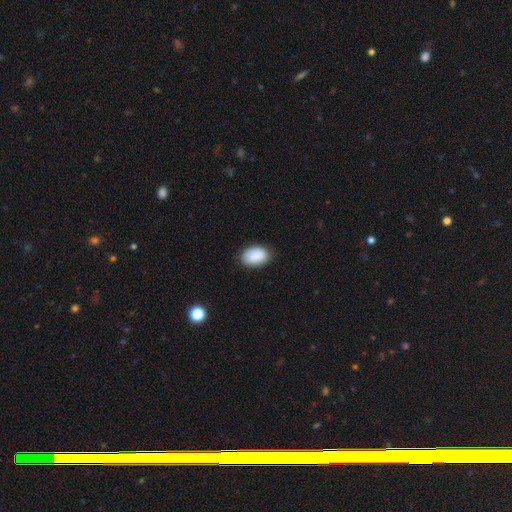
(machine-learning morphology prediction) smooth-or-featured: smooth: 90% | star or artifact: 7% | featured or disk: 4%
  how-rounded: in between: 88% | round: 11% | cigar-shaped: 1%
  merging: none: 84% | minor disturbance: 13% | major disturbance: 2% | merger: 1%